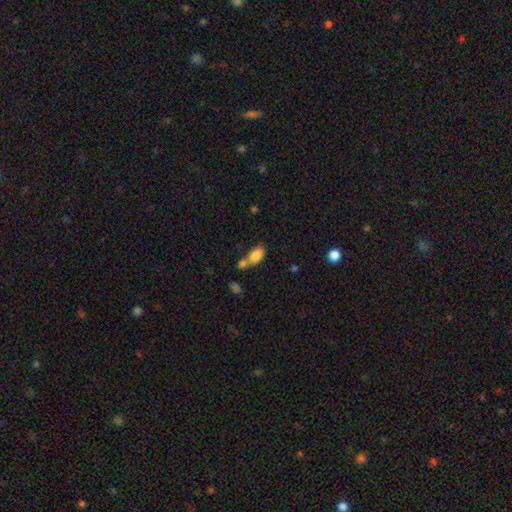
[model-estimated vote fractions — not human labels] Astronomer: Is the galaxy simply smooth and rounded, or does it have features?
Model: smooth — 83%.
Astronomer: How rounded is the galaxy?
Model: in between — 89%.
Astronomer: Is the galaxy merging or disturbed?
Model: merger — 52% (runner-up: none, 31%).